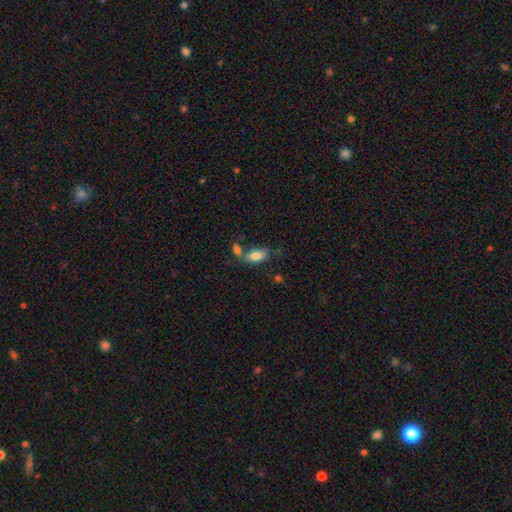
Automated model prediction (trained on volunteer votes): Smooth or featured? smooth (80%)
How rounded? in between (89%)
Merging? none (44%)